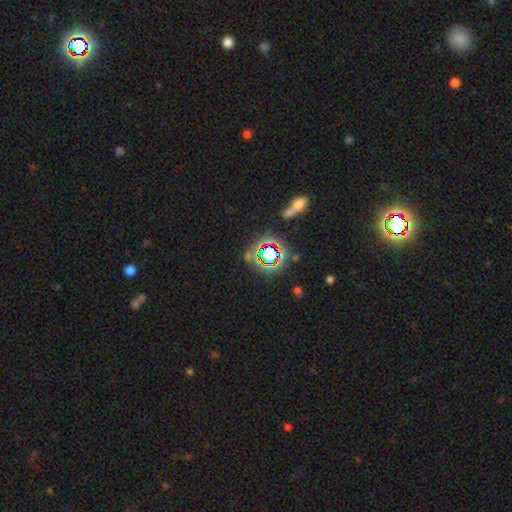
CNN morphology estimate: Overall: star or artifact (74%).